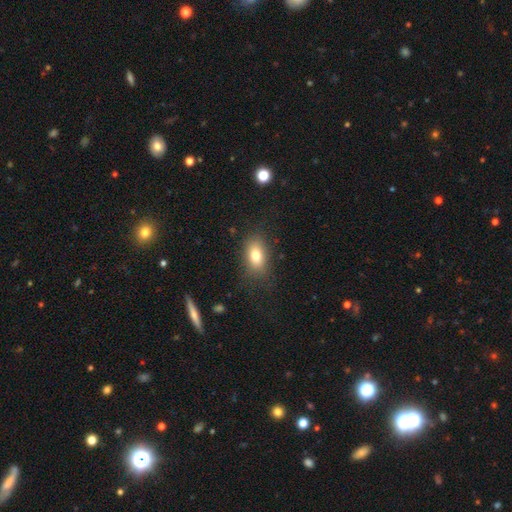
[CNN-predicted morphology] Q: Smooth or featured?
A: smooth (77%); runner-up: featured or disk (13%)
Q: How rounded?
A: in between (83%); runner-up: round (14%)
Q: Merging?
A: none (79%); runner-up: minor disturbance (14%)